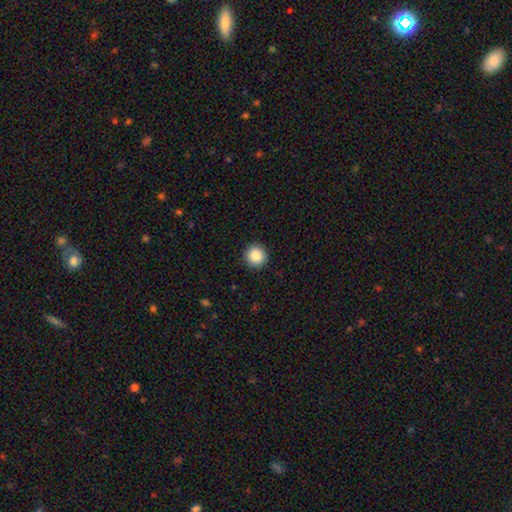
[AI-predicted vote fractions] A smooth galaxy with no disk features (88%) that is round (95%).

Vote fractions:
- Smooth or featured? smooth: 88% / star or artifact: 9% / featured or disk: 3%
- How rounded? round: 95% / in between: 4% / cigar-shaped: 1%
- Merging? none: 92% / minor disturbance: 5% / major disturbance: 2% / merger: 1%